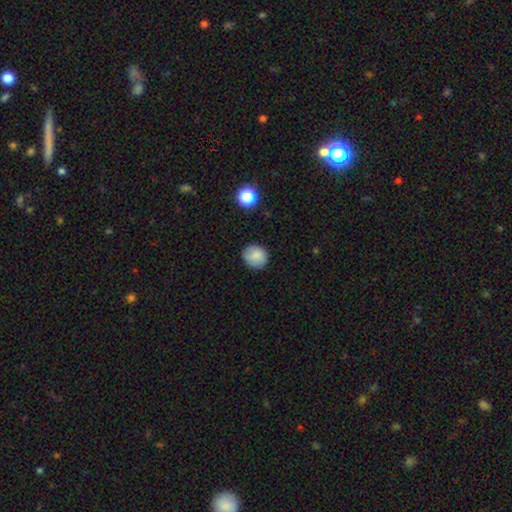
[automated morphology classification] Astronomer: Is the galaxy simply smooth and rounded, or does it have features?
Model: smooth — 84%.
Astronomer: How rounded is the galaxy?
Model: round — 84%.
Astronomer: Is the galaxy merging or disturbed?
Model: none — 85%.